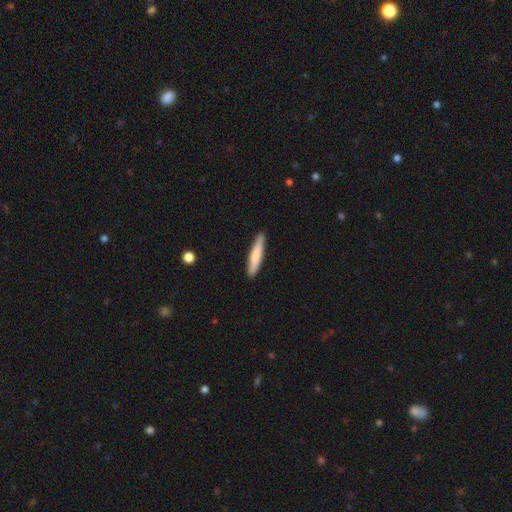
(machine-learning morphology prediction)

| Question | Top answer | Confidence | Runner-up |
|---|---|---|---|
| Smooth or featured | smooth | 76% | featured or disk (19%) |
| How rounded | cigar-shaped | 89% | in between (10%) |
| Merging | none | 88% | minor disturbance (10%) |